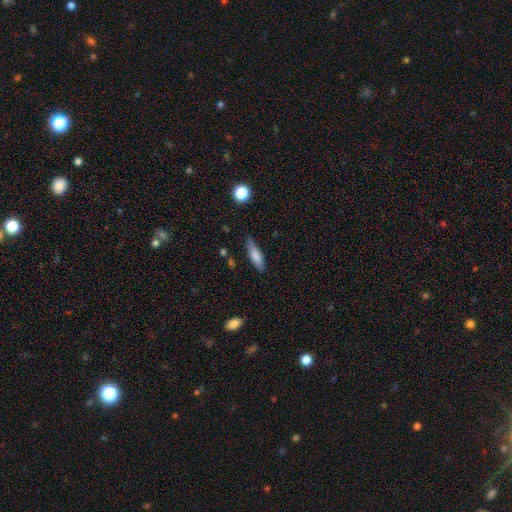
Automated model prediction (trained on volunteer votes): smooth 71%, featured or disk 22%, star or artifact 7%. Down the decision tree: how rounded — cigar-shaped (68%); merging — none (80%).